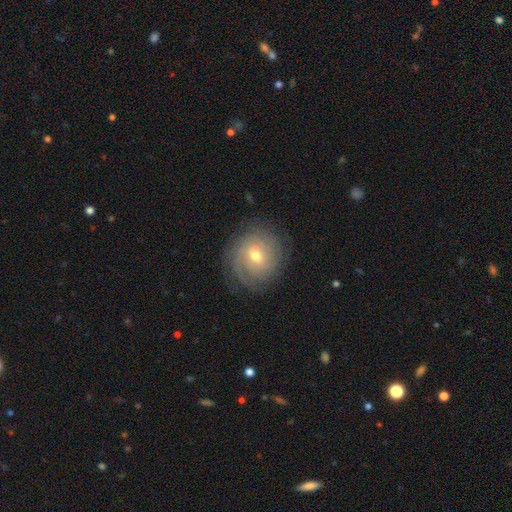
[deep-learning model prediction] Smooth or featured: featured or disk — 67% (smooth — 23%)
Edge-on disk: no — 97% (yes — 3%)
Bar: no — 52% (weak — 40%)
Spiral arms: yes — 88% (no — 12%)
Spiral winding: tight — 71% (medium — 22%)
Spiral arm count: can't tell — 45% (2 — 18%)
Bulge size: moderate — 54% (small — 42%)
Merging: none — 81% (minor disturbance — 13%)